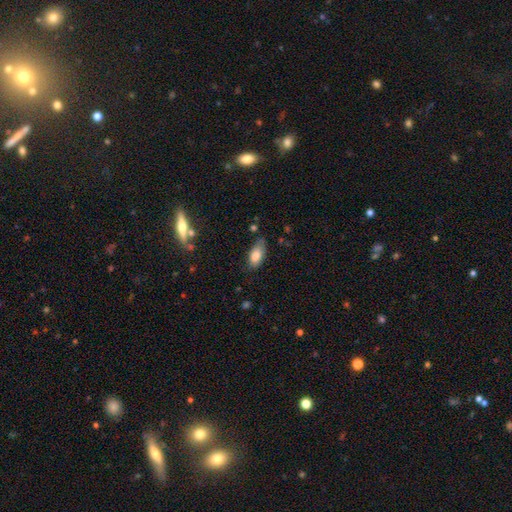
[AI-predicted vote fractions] A smooth galaxy with no disk features (81%) that is in between round and cigar-shaped (89%). Merging: none (66%).